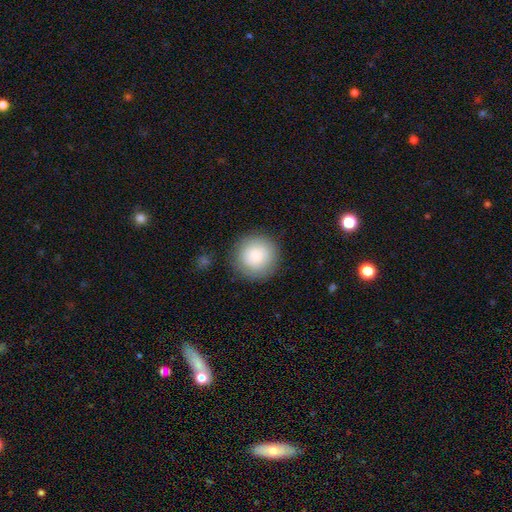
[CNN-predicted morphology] The model was most divided on "smooth or featured": smooth: 83%, featured or disk: 10%, star or artifact: 8%. More confident: how rounded — round (95%); merging — none (87%).